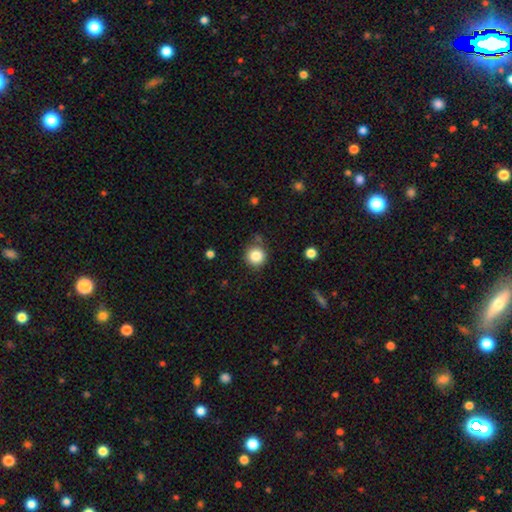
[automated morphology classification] A smooth galaxy with no disk features (85%) that is round (94%).

Vote fractions:
- Smooth or featured? smooth: 85% / star or artifact: 10% / featured or disk: 5%
- How rounded? round: 94% / in between: 5% / cigar-shaped: 1%
- Merging? none: 80% / minor disturbance: 12% / merger: 4% / major disturbance: 4%